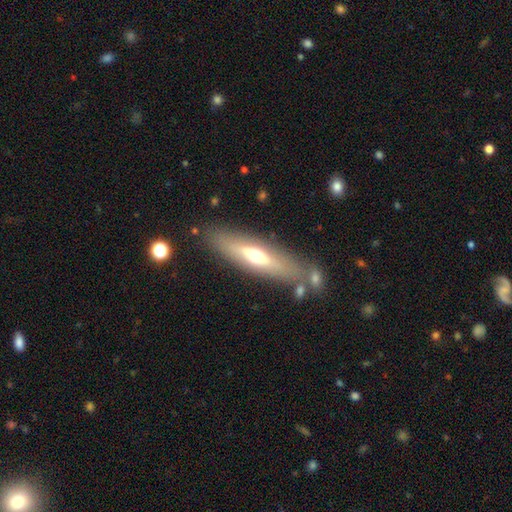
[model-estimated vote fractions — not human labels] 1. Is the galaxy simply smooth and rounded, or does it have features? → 50% featured or disk, 43% smooth, 7% star or artifact.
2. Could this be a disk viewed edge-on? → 70% yes, 30% no.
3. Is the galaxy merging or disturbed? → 77% none, 12% minor disturbance, 6% merger, 5% major disturbance.